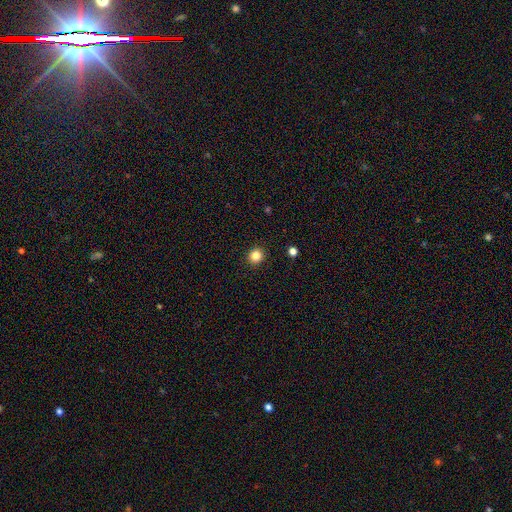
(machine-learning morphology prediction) Q: Smooth or featured?
A: smooth (84%); runner-up: star or artifact (12%)
Q: How rounded?
A: round (88%); runner-up: in between (11%)
Q: Merging?
A: none (92%); runner-up: minor disturbance (5%)